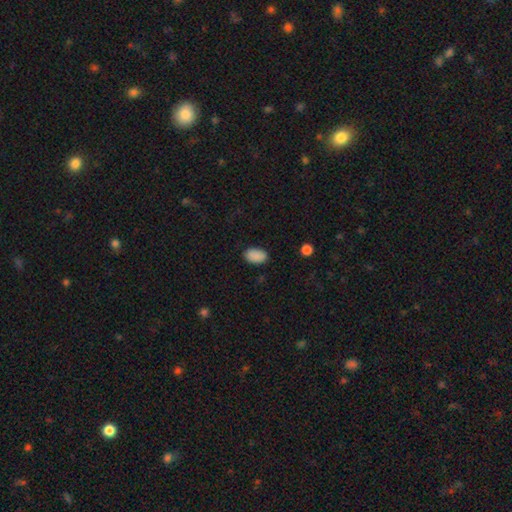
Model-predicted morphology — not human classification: A smooth galaxy with no disk features (89%) that is in between round and cigar-shaped (92%). Merging: none (87%).